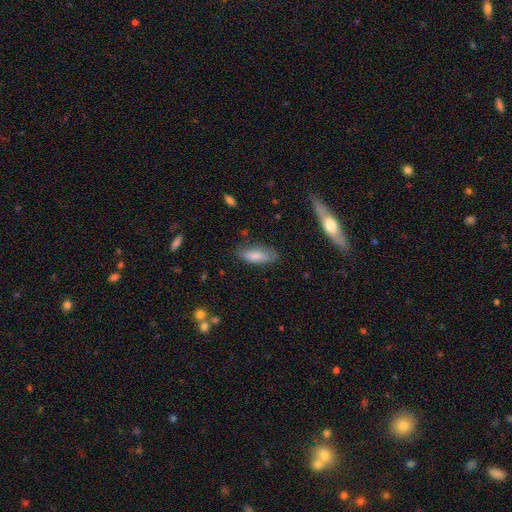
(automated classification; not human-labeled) A smooth galaxy with no disk features (80%) that is in between round and cigar-shaped (74%). Merging: none (68%).